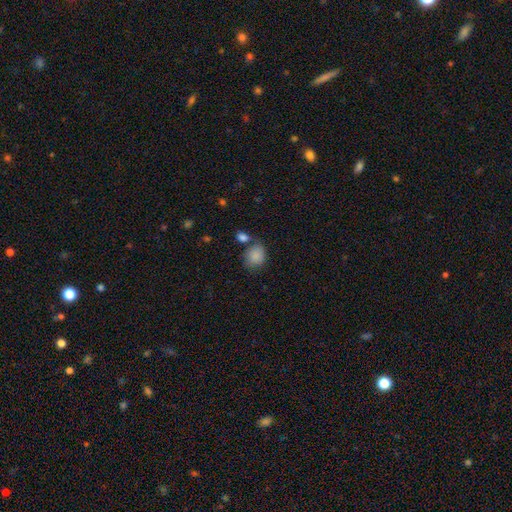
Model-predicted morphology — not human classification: Smooth or featured? Predicted: smooth (p=0.86). How rounded? Predicted: round (p=0.52). Merging? Predicted: none (p=0.58).